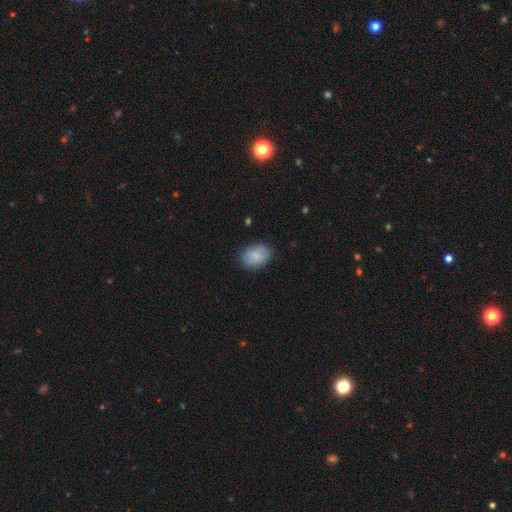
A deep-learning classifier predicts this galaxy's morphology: Overall: smooth (71%). How rounded: in between (74%). Merging: none (75%).